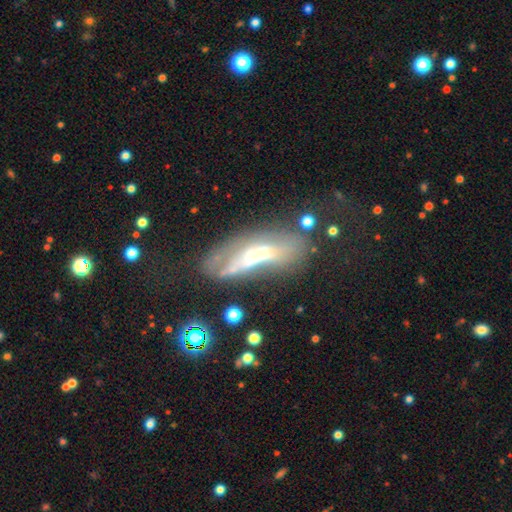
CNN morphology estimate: This is possibly a featured or disk galaxy (52%). It is likely not viewed edge-on (72%). Merging: marginally major disturbance (33%).